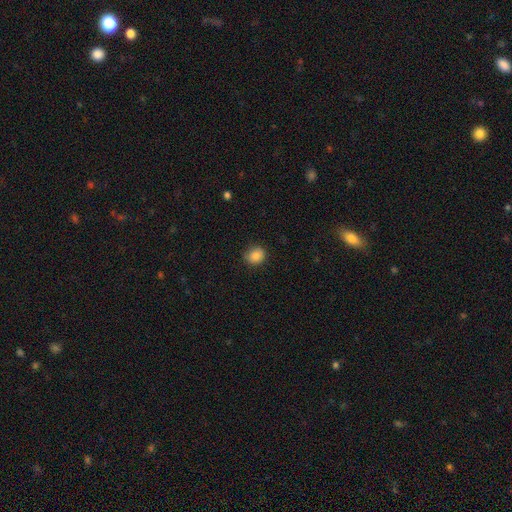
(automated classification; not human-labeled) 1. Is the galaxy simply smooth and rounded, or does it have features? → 86% smooth, 10% star or artifact, 5% featured or disk.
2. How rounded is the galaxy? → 73% round, 26% in between, 1% cigar-shaped.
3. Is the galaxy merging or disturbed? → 81% none, 15% minor disturbance, 3% major disturbance, 1% merger.